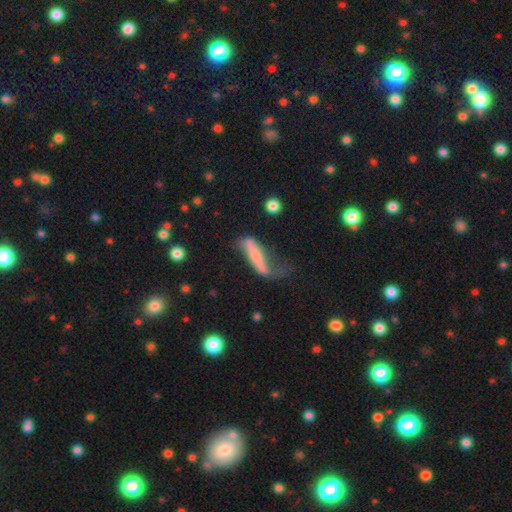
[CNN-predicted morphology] A featured or disk galaxy (49%). Merging: major disturbance (37%).